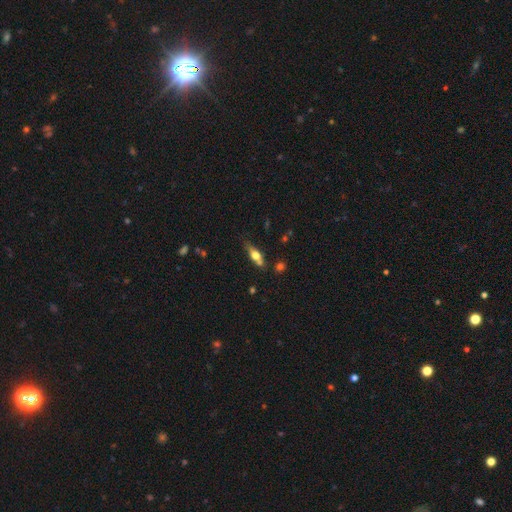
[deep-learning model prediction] smooth-or-featured: smooth: 51% | featured or disk: 40% | star or artifact: 9%
  how-rounded: in between: 52% | cigar-shaped: 42% | round: 6%
  merging: none: 58% | minor disturbance: 20% | merger: 15% | major disturbance: 7%